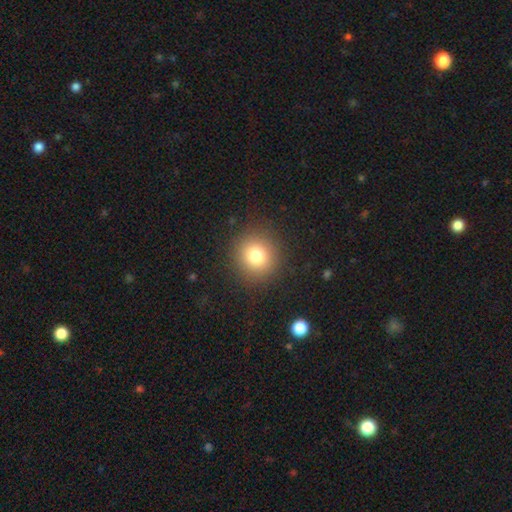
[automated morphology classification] Smooth or featured? smooth (79%)
How rounded? round (92%)
Merging? none (89%)